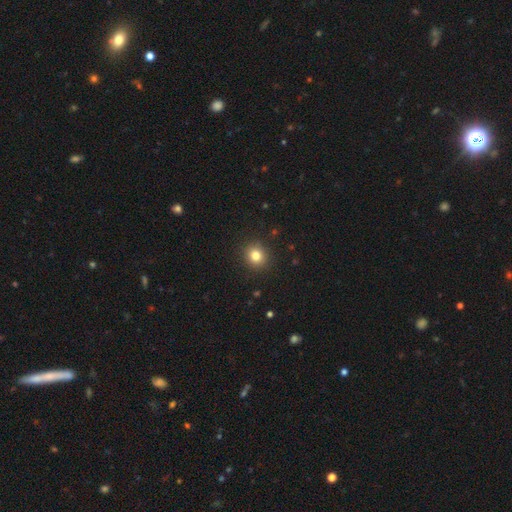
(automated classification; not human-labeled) Overall: smooth (81%). How rounded: round (86%). Merging: none (91%).